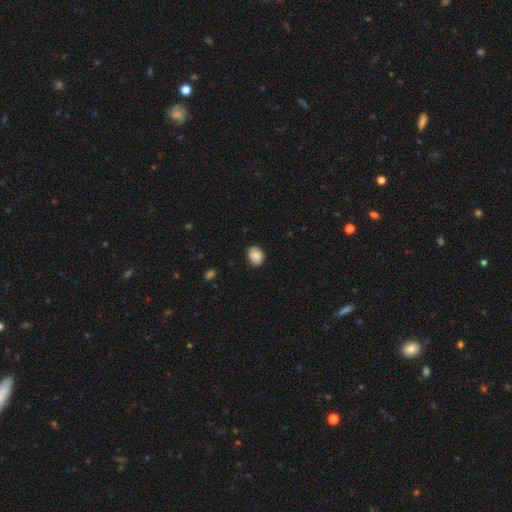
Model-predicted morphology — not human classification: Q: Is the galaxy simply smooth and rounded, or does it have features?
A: smooth — 86%.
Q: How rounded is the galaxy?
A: round — 58%.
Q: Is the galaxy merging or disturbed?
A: none — 83%.